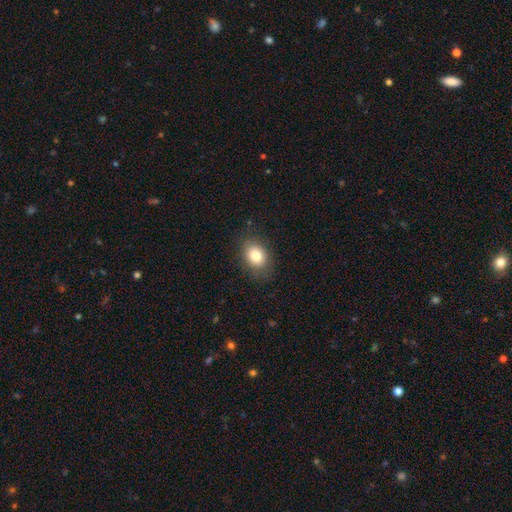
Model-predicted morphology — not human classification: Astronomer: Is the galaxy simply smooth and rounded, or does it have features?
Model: smooth — 82%.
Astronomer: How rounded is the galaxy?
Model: in between — 65%.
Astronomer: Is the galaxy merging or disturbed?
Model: none — 83%.